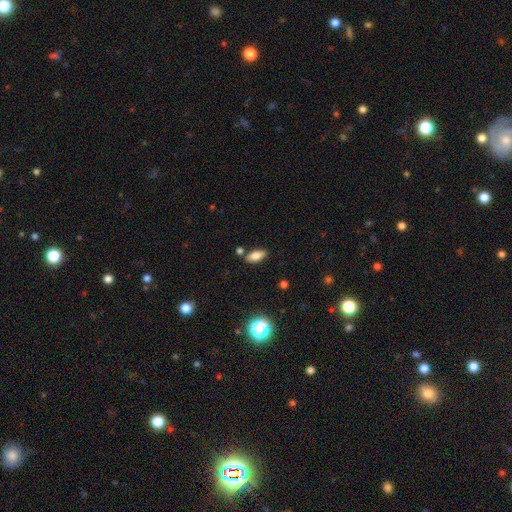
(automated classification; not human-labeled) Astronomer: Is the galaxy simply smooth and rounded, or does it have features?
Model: smooth — 78%.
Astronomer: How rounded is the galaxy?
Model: in between — 86%.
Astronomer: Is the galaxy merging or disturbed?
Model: none — 80%.